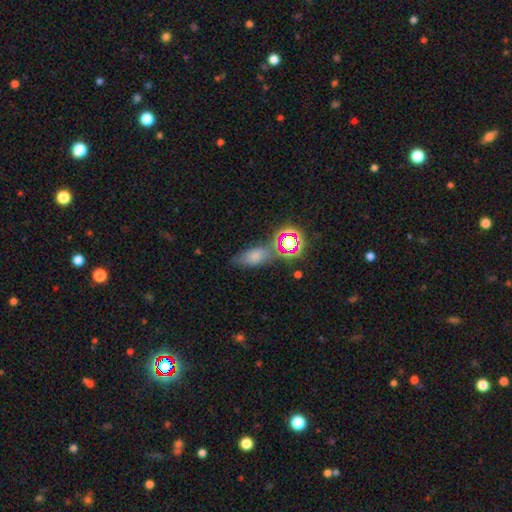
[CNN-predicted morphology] Smooth or featured? smooth (63%)
How rounded? in between (77%)
Merging? none (58%)